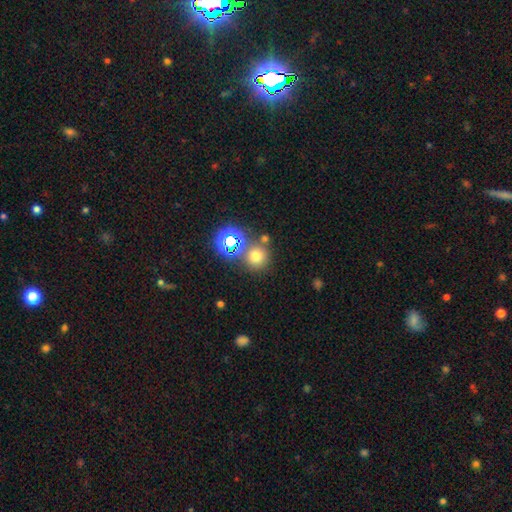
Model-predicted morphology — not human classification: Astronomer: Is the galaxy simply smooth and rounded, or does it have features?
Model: smooth — 67%.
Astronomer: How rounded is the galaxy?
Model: round — 90%.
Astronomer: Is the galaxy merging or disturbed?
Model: none — 69%.